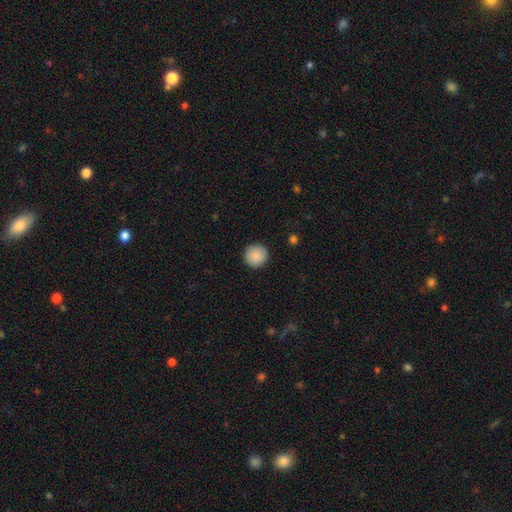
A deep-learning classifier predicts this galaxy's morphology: The model was most divided on "smooth or featured": smooth: 90%, star or artifact: 7%, featured or disk: 3%. More confident: how rounded — round (95%); merging — none (92%).